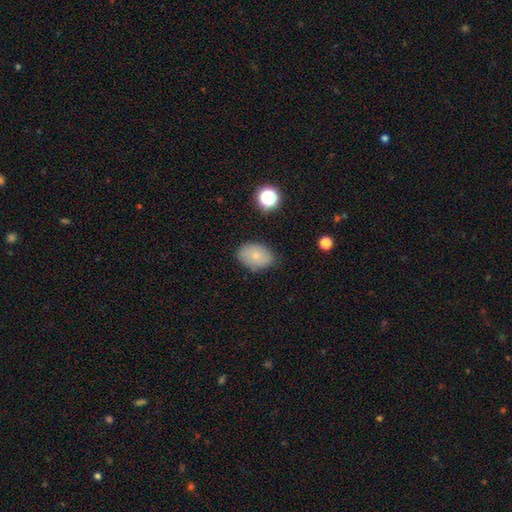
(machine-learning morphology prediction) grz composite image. It shows a smooth galaxy with no disk features (73%) that is in between round and cigar-shaped (77%). Merging: none (78%).